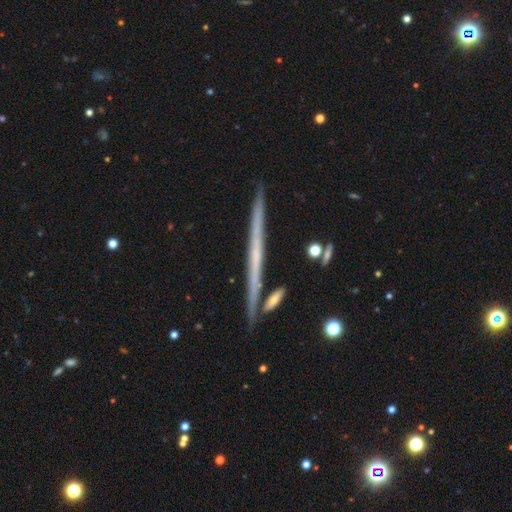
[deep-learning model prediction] Q: Smooth or featured?
A: featured or disk (67%); runner-up: smooth (26%)
Q: Edge-on disk?
A: yes (97%); runner-up: no (3%)
Q: Edge-on bulge?
A: none (85%); runner-up: rounded (11%)
Q: Merging?
A: none (88%); runner-up: minor disturbance (8%)